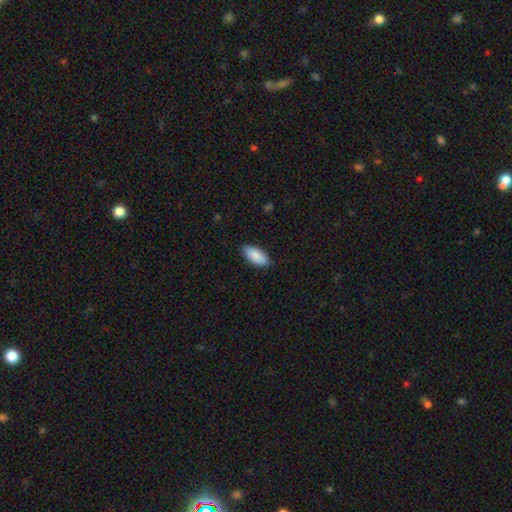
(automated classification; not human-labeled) The model was most divided on "merging": none: 86%, minor disturbance: 11%, major disturbance: 2%, merger: 1%. More confident: how rounded — in between (90%); smooth or featured — smooth (89%).